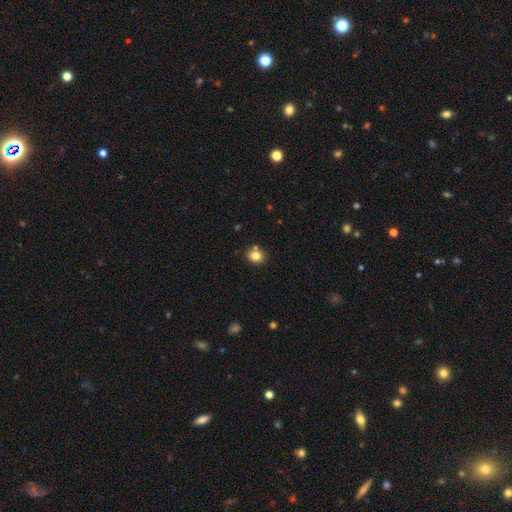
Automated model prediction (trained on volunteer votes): Morphology: type=smooth (81%); roundness=round (76%); merging=none (75%).